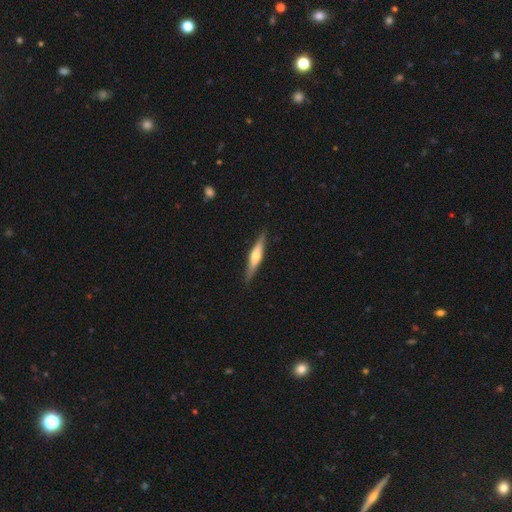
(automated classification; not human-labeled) A featured or disk galaxy (61%) viewed edge-on (95%) with a rounded central bulge (85%).

Vote fractions:
- Smooth or featured? featured or disk: 61% / smooth: 34% / star or artifact: 6%
- Edge-on disk? yes: 95% / no: 5%
- Edge-on bulge? rounded: 85% / boxy: 9% / none: 7%
- Merging? none: 87% / minor disturbance: 10% / major disturbance: 2% / merger: 1%